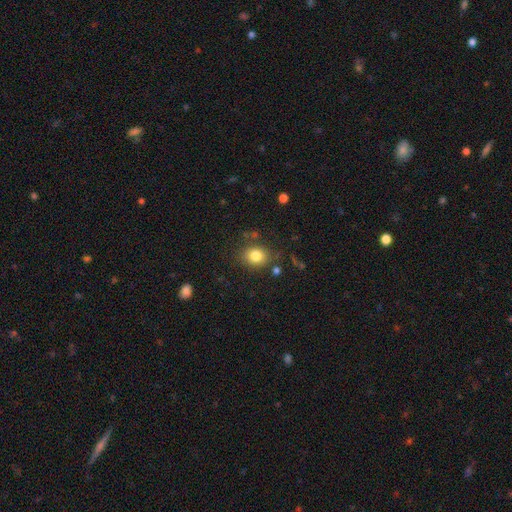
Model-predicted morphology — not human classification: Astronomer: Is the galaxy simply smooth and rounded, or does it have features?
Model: smooth — 81%.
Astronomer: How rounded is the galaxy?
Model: round — 59% (runner-up: in between, 40%).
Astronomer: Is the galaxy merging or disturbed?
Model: none — 79%.